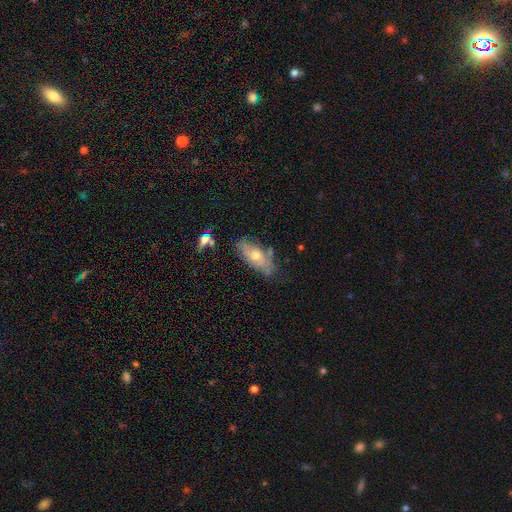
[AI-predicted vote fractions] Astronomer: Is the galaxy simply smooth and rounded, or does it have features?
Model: featured or disk — 48% (runner-up: smooth, 43%).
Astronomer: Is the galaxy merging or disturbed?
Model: none — 62%.